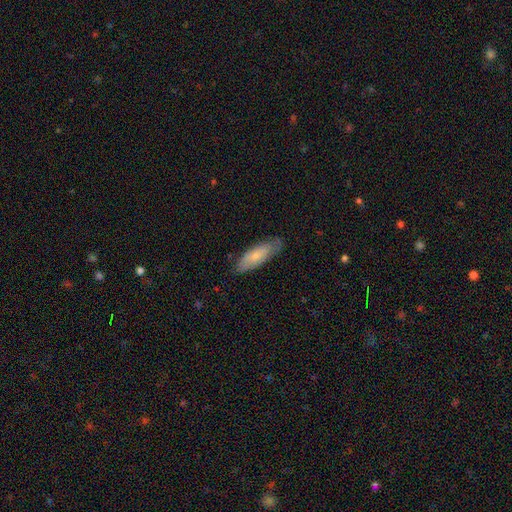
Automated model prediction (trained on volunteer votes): Smooth or featured?
  - smooth: 68% *
  - featured or disk: 26%
  - star or artifact: 6%
How rounded?
  - in between: 58% *
  - cigar-shaped: 41%
  - round: 2%
Merging?
  - none: 75% *
  - minor disturbance: 20%
  - major disturbance: 4%
  - merger: 1%